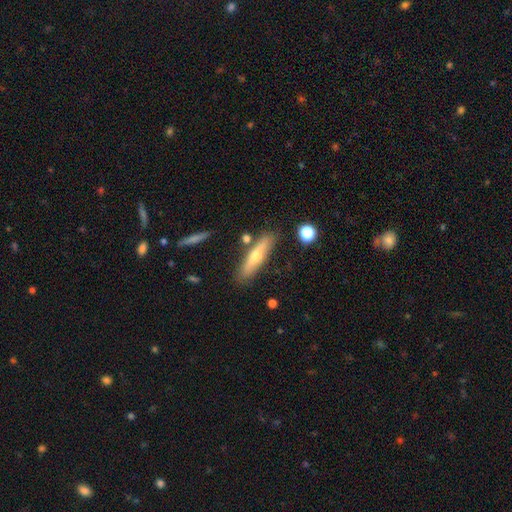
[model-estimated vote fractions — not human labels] smooth-or-featured: featured or disk: 47% | smooth: 46% | star or artifact: 7%
  merging: none: 82% | minor disturbance: 11% | merger: 5% | major disturbance: 3%